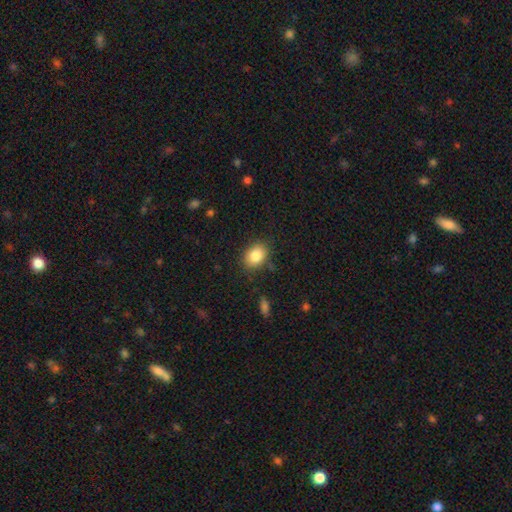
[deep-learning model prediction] Smooth or featured?
  - smooth: 85% *
  - star or artifact: 9%
  - featured or disk: 6%
How rounded?
  - in between: 69% *
  - round: 30%
  - cigar-shaped: 1%
Merging?
  - none: 84% *
  - minor disturbance: 11%
  - major disturbance: 3%
  - merger: 2%